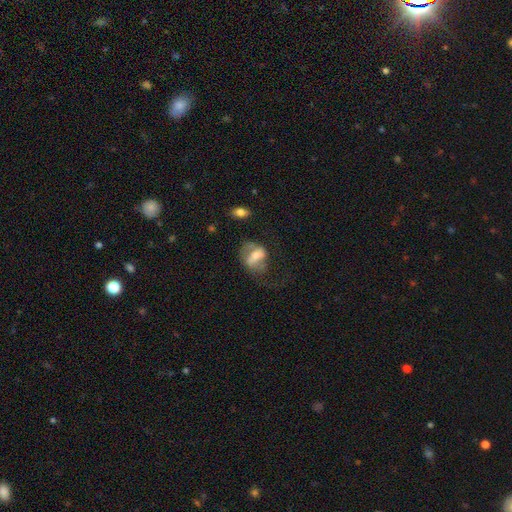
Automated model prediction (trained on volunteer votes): Q: Smooth or featured?
A: featured or disk (50%); runner-up: smooth (42%)
Q: Edge-on disk?
A: no (92%); runner-up: yes (8%)
Q: Merging?
A: none (37%); runner-up: major disturbance (36%)